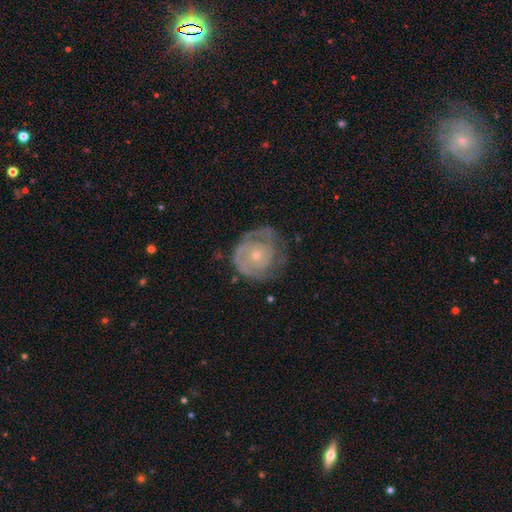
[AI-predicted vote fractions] A featured or disk galaxy (80%) with no bar (81%), 2 (37%) tight (69%) spiral arms (90%) and a small central bulge (64%).

Vote fractions:
- Smooth or featured? featured or disk: 80% / smooth: 14% / star or artifact: 6%
- Edge-on disk? no: 98% / yes: 2%
- Bar? no: 81% / weak: 16% / strong: 3%
- Spiral arms? yes: 90% / no: 10%
- Spiral winding? tight: 69% / medium: 25% / loose: 7%
- Spiral arm count? 2: 37% / can't tell: 31% / 3: 16% / 1: 9% / 4: 5% / more than 4: 4%
- Bulge size? small: 64% / moderate: 32% / none: 1% / large: 1% / dominant: 1%
- Merging? none: 63% / minor disturbance: 23% / major disturbance: 13% / merger: 1%